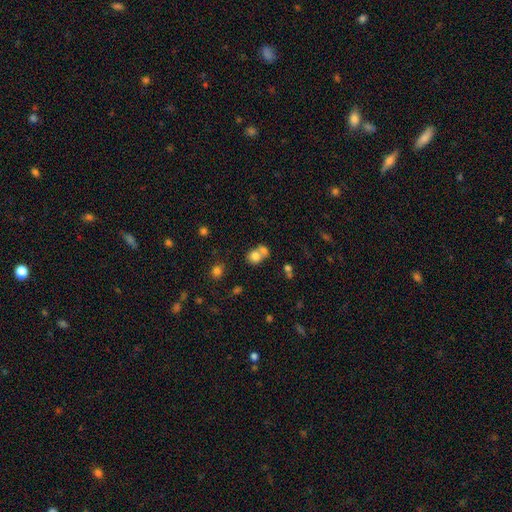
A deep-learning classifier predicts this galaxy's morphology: Q: Smooth or featured?
A: smooth (77%); runner-up: star or artifact (12%)
Q: How rounded?
A: round (70%); runner-up: in between (29%)
Q: Merging?
A: merger (53%); runner-up: none (35%)